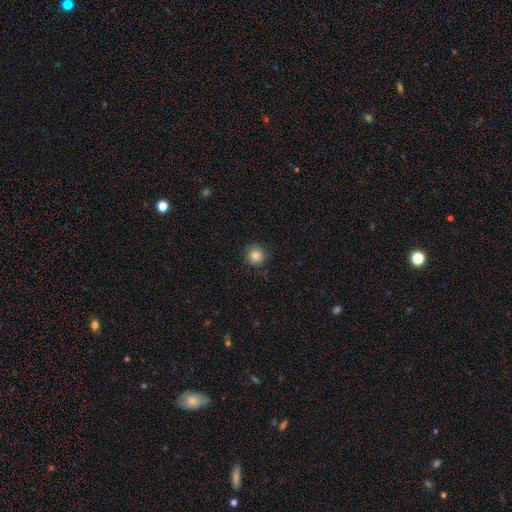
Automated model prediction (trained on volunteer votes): This appears to be a smooth galaxy with no disk features (84%) that is round (92%). Merging: none (85%).